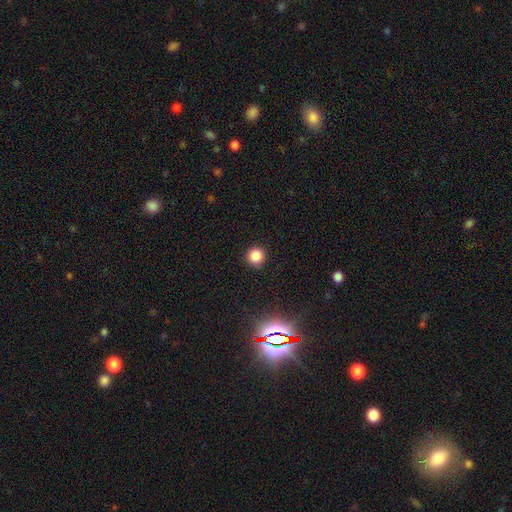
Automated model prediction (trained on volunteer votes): Smooth or featured? Predicted: smooth (p=0.84). How rounded? Predicted: round (p=0.95). Merging? Predicted: none (p=0.91).